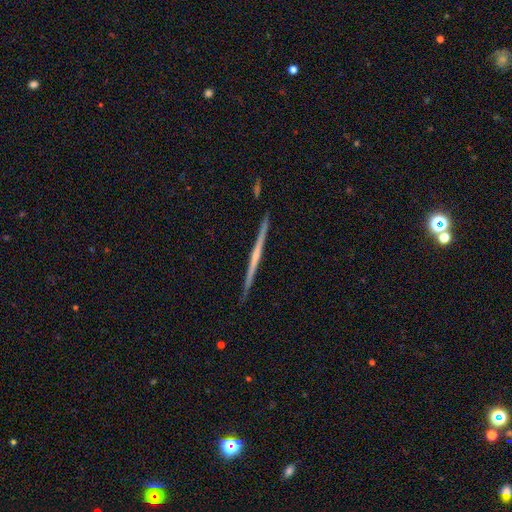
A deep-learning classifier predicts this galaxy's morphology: Smooth or featured?
  - featured or disk: 71% *
  - smooth: 23%
  - star or artifact: 6%
Edge-on disk?
  - yes: 98% *
  - no: 2%
Edge-on bulge?
  - none: 71% *
  - rounded: 22%
  - boxy: 7%
Merging?
  - none: 91% *
  - minor disturbance: 6%
  - major disturbance: 1%
  - merger: 1%